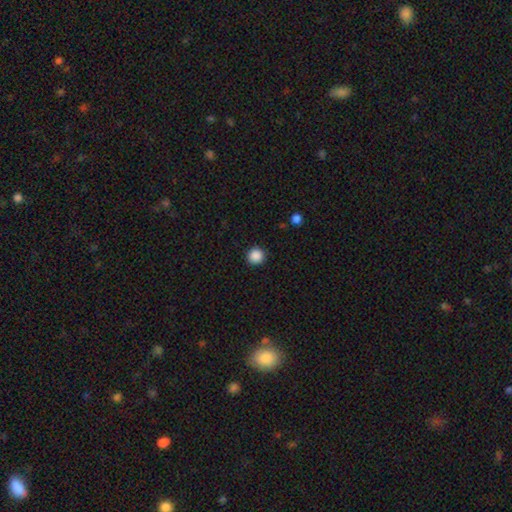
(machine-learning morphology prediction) Overall: smooth (87%). How rounded: round (95%). Merging: none (91%).